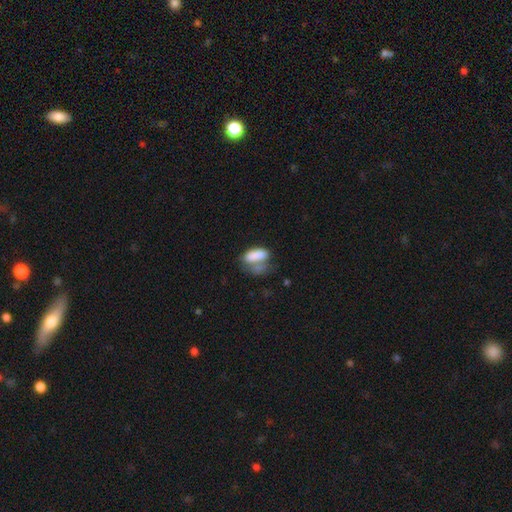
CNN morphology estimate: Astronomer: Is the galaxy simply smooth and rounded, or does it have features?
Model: smooth — 75%.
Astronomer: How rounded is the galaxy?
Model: in between — 83%.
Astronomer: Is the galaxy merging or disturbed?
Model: merger — 38% (runner-up: none, 24%).